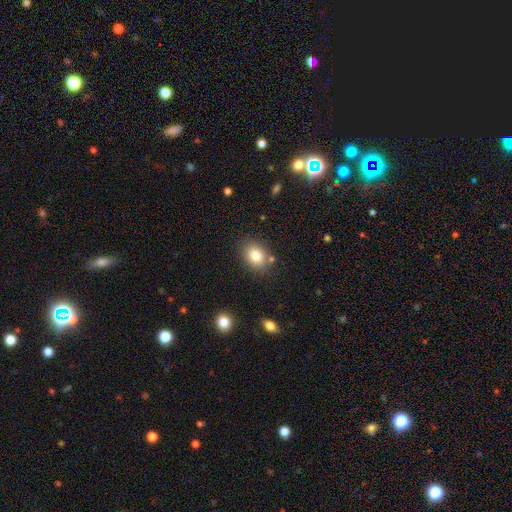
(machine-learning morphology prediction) A smooth galaxy with no disk features (81%) that is in between round and cigar-shaped (61%).

Vote fractions:
- Smooth or featured? smooth: 81% / star or artifact: 10% / featured or disk: 9%
- How rounded? in between: 61% / round: 38% / cigar-shaped: 1%
- Merging? none: 80% / minor disturbance: 12% / merger: 6% / major disturbance: 3%